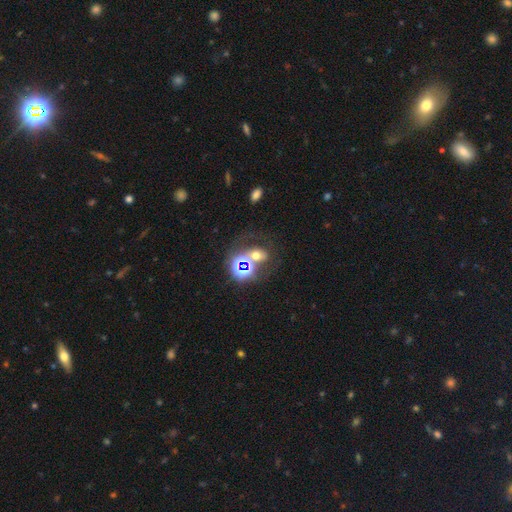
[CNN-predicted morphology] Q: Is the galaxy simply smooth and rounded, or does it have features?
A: smooth — 39%.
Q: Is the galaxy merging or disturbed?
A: none — 45%.